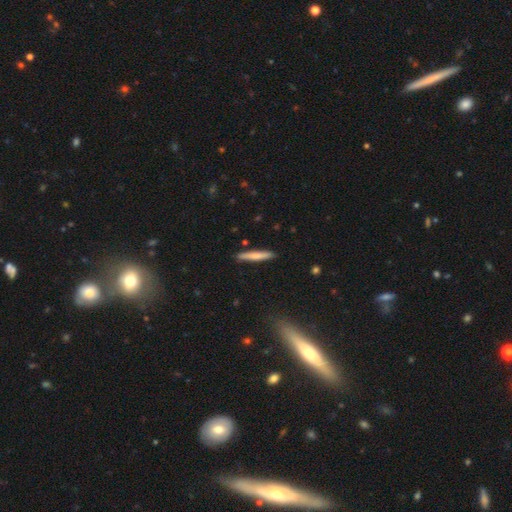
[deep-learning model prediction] Overall: smooth (71%). How rounded: cigar-shaped (94%). Merging: none (89%).